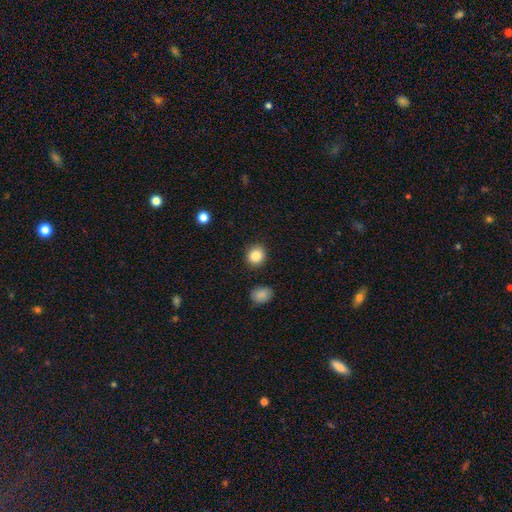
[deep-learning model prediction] Smooth or featured: smooth — 86% (star or artifact — 10%)
How rounded: round — 83% (in between — 16%)
Merging: none — 89% (minor disturbance — 7%)